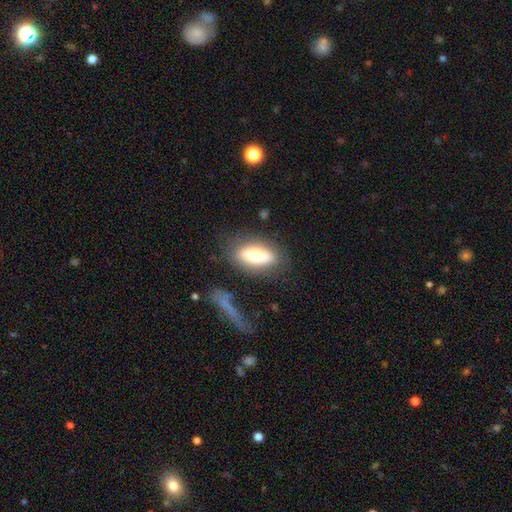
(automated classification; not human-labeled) smooth 71%, featured or disk 22%, star or artifact 7%. Down the decision tree: how rounded — in between (73%); merging — none (76%).